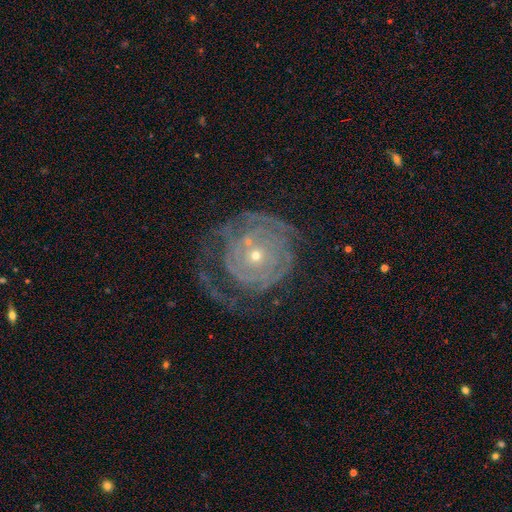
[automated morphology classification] Q: Smooth or featured?
A: featured or disk (82%); runner-up: smooth (11%)
Q: Edge-on disk?
A: no (97%); runner-up: yes (3%)
Q: Bar?
A: no (83%); runner-up: weak (13%)
Q: Spiral arms?
A: yes (87%); runner-up: no (13%)
Q: Spiral winding?
A: tight (78%); runner-up: medium (16%)
Q: Spiral arm count?
A: can't tell (42%); runner-up: 2 (20%)
Q: Bulge size?
A: small (77%); runner-up: moderate (19%)
Q: Merging?
A: none (51%); runner-up: major disturbance (22%)